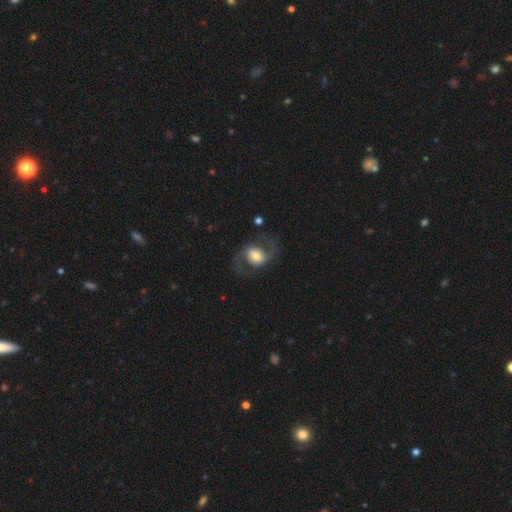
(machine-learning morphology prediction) The model was most divided on "spiral winding": medium: 48%, loose: 41%, tight: 11%. Remaining: edge-on disk — no (97%); spiral arm count — 2 (91%); spiral arms — yes (85%); smooth or featured — featured or disk (71%); merging — none (70%); bulge size — moderate (52%); bar — no (48%).